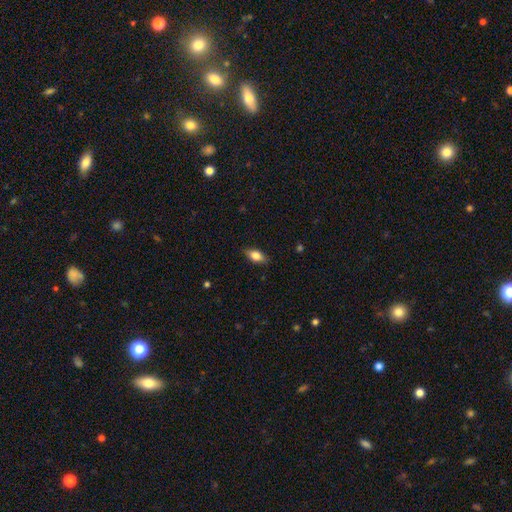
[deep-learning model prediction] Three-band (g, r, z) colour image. It shows a smooth galaxy with no disk features (71%) that is in between round and cigar-shaped (84%). Merging: none (85%).